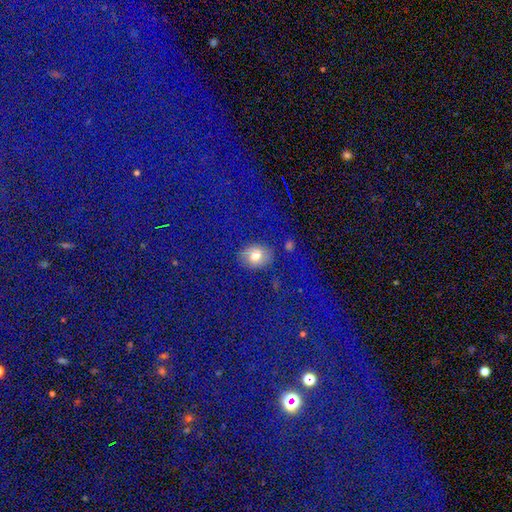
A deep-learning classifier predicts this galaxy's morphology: Q: Smooth or featured?
A: smooth (67%); runner-up: star or artifact (19%)
Q: How rounded?
A: in between (54%); runner-up: round (44%)
Q: Merging?
A: none (78%); runner-up: minor disturbance (13%)